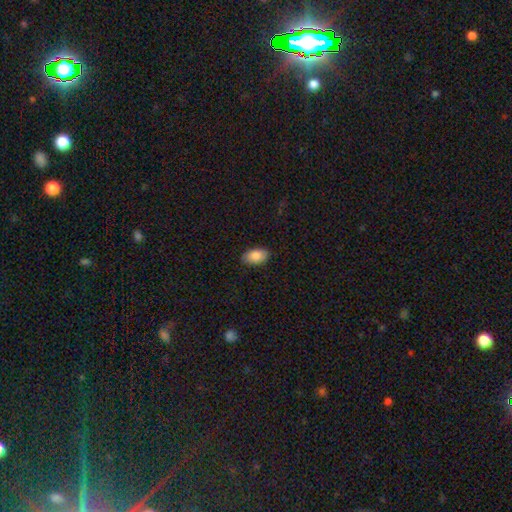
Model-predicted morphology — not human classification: Overall: smooth (86%). How rounded: in between (93%). Merging: none (88%).